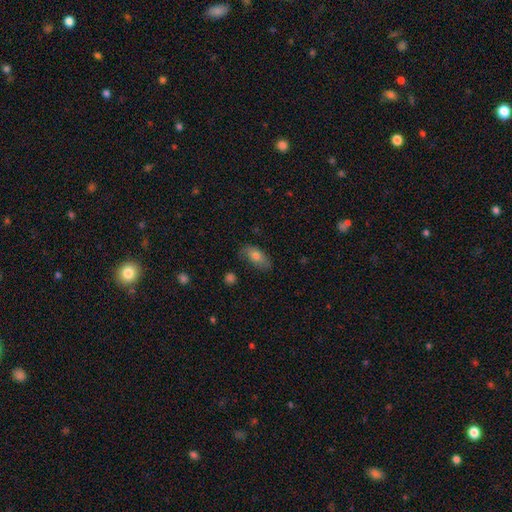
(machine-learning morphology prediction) Smooth or featured: smooth — 75% (featured or disk — 17%)
How rounded: in between — 88% (cigar-shaped — 8%)
Merging: none — 73% (minor disturbance — 20%)